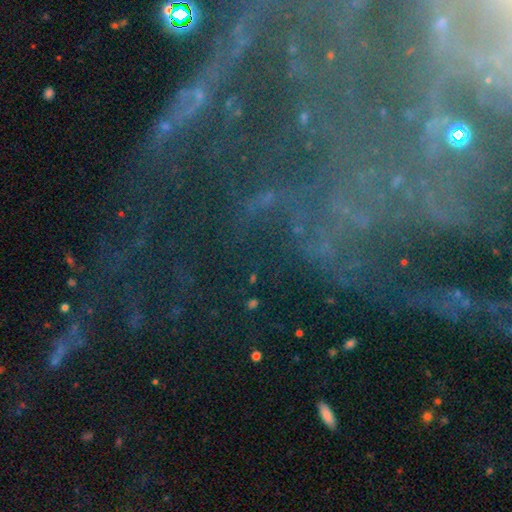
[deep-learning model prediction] Smooth or featured: star or artifact — 61% (featured or disk — 27%)